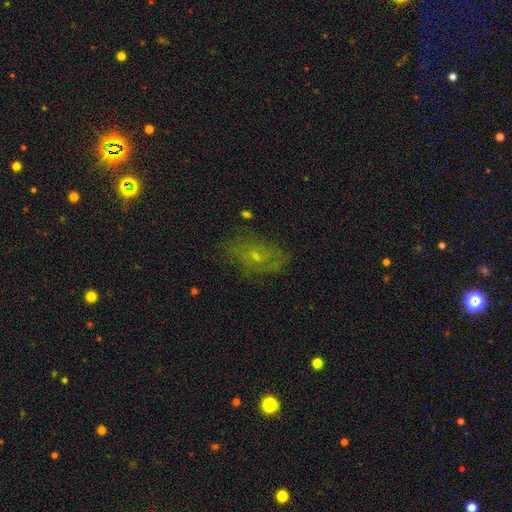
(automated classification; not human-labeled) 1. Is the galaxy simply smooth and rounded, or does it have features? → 47% featured or disk, 37% smooth, 16% star or artifact.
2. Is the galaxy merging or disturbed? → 65% none, 21% minor disturbance, 12% major disturbance, 2% merger.